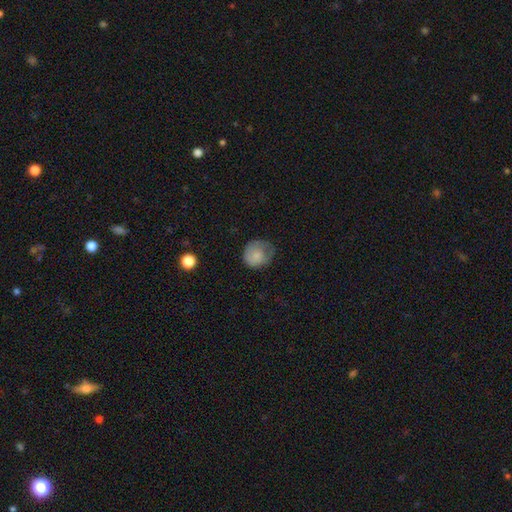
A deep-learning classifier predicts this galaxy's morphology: This is likely a smooth galaxy (75%). How rounded: likely round (75%). Merging: possibly none (47%).